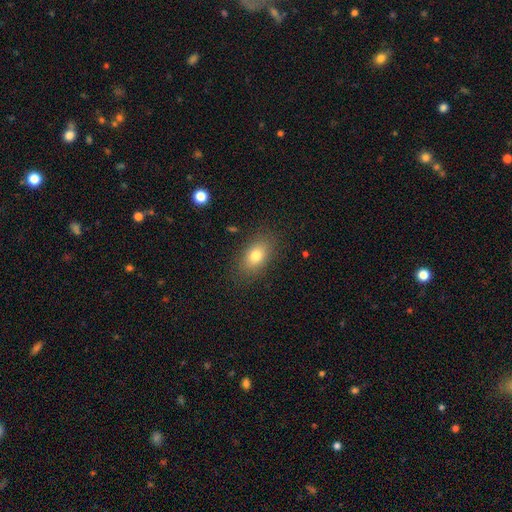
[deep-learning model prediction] Q: Smooth or featured?
A: smooth (78%); runner-up: featured or disk (12%)
Q: How rounded?
A: in between (85%); runner-up: round (12%)
Q: Merging?
A: none (85%); runner-up: minor disturbance (11%)